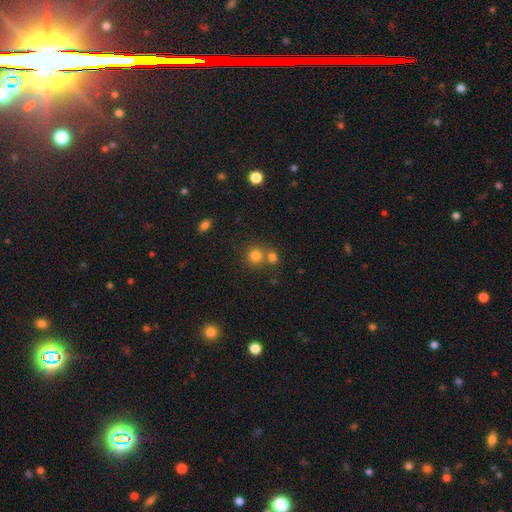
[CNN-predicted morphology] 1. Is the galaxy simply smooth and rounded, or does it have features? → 78% smooth, 14% star or artifact, 8% featured or disk.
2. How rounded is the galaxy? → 86% round, 13% in between, 1% cigar-shaped.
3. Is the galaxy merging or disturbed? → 55% none, 35% merger, 7% minor disturbance, 3% major disturbance.